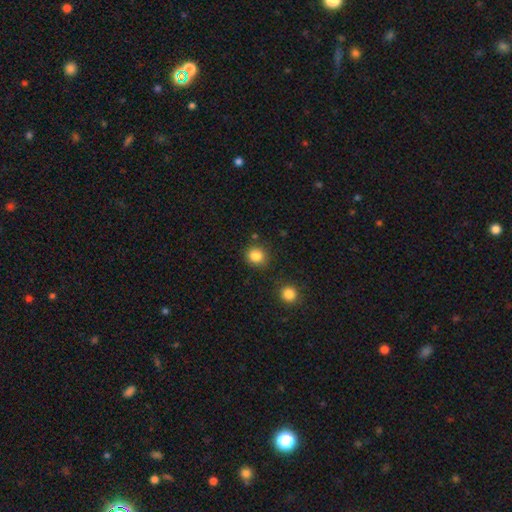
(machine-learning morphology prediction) This is clearly a smooth galaxy (85%). How rounded: clearly round (83%). Merging: clearly none (83%).